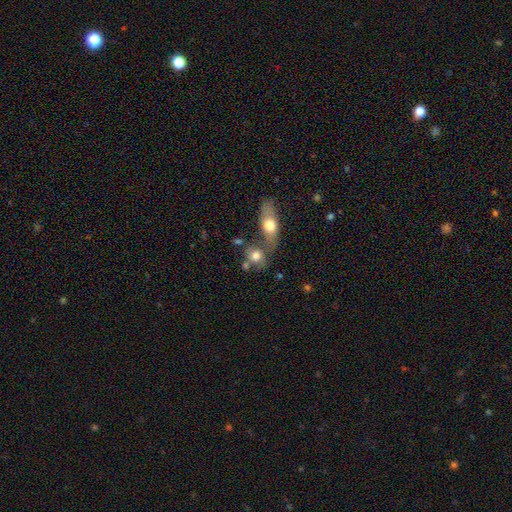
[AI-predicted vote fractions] This is likely a smooth galaxy (75%). How rounded: possibly round (57%). Merging: marginally none (43%).